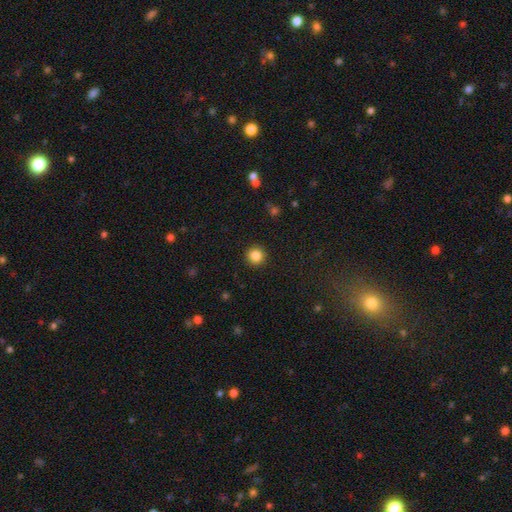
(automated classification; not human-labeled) smooth 85%, star or artifact 11%, featured or disk 5%. Down the decision tree: how rounded — round (95%); merging — none (92%).